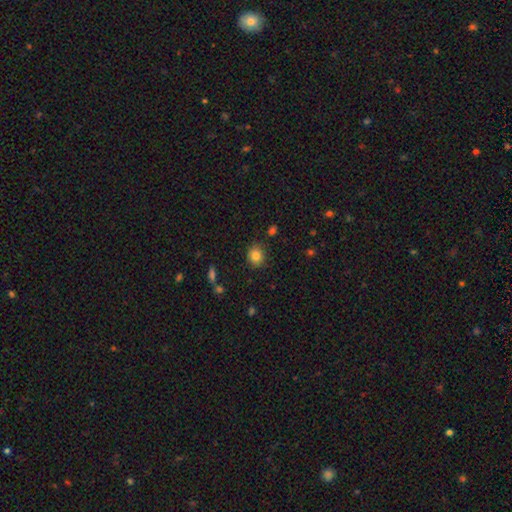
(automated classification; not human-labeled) smooth_or_featured: smooth (p=0.83) [alt: star or artifact p=0.11]
how_rounded: round (p=0.77) [alt: in between p=0.22]
merging: none (p=0.85) [alt: minor disturbance p=0.11]